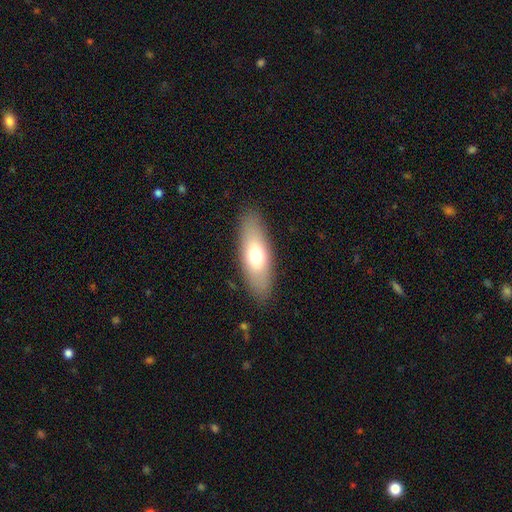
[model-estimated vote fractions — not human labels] Morphology: type=smooth (66%); roundness=in between (70%); merging=none (87%).